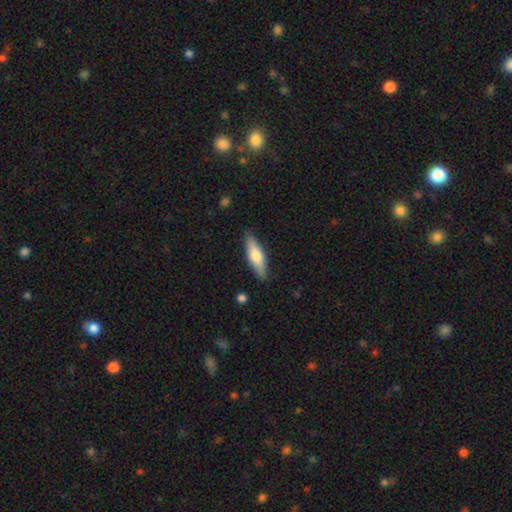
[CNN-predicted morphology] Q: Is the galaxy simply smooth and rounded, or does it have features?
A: smooth — 61%.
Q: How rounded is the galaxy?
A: cigar-shaped — 61%.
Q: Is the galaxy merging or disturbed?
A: none — 87%.